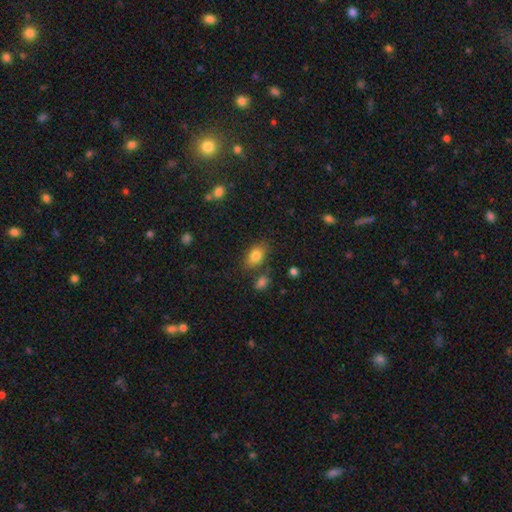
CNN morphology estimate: smooth 83%, star or artifact 9%, featured or disk 9%. Down the decision tree: how rounded — in between (85%); merging — none (73%).